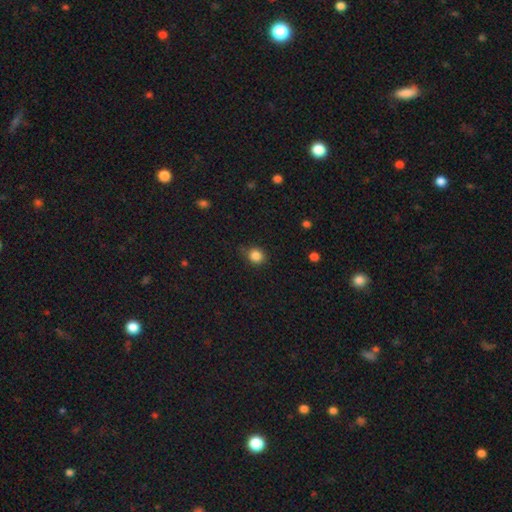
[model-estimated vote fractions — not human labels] A smooth galaxy with no disk features (85%) that is round (83%). Merging: none (79%).